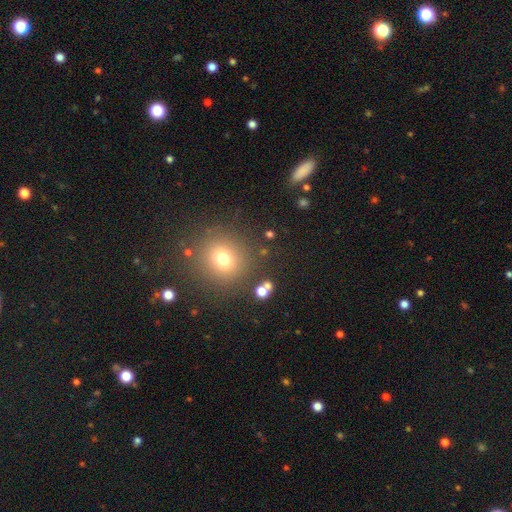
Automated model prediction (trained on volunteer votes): Smooth or featured: smooth — 54% (star or artifact — 38%)
How rounded: round — 91% (in between — 8%)
Merging: none — 85% (minor disturbance — 8%)